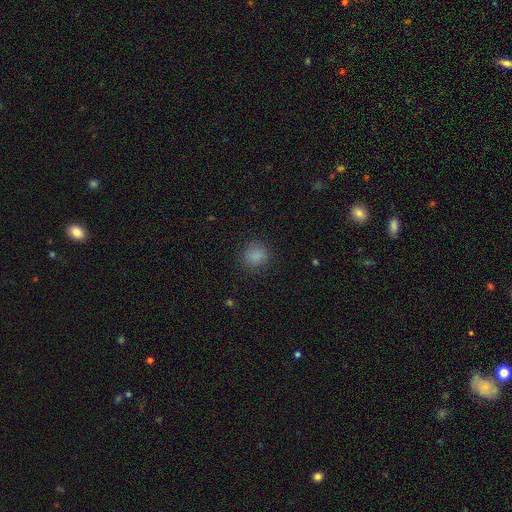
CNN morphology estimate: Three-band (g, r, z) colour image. It shows a smooth galaxy with no disk features (85%) that is round (87%). Merging: none (86%).